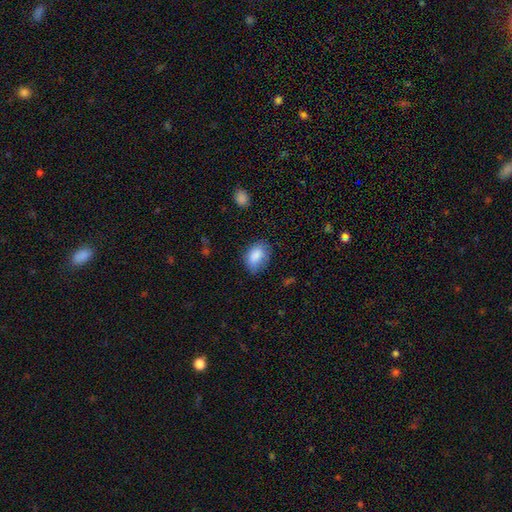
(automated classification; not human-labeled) Morphology: type=smooth (86%); roundness=in between (83%); merging=none (68%).